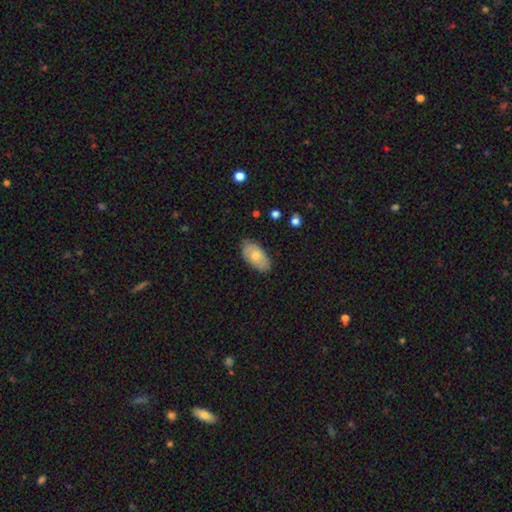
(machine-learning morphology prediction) Overall: smooth (72%). How rounded: in between (94%). Merging: none (80%).